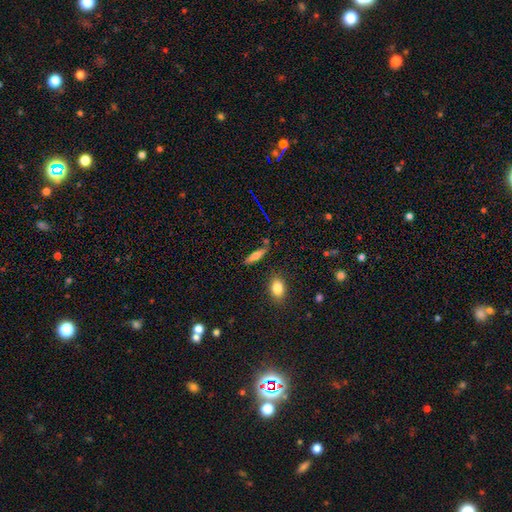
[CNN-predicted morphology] smooth 63%, featured or disk 27%, star or artifact 9%. Down the decision tree: how rounded — cigar-shaped (67%); merging — none (80%).